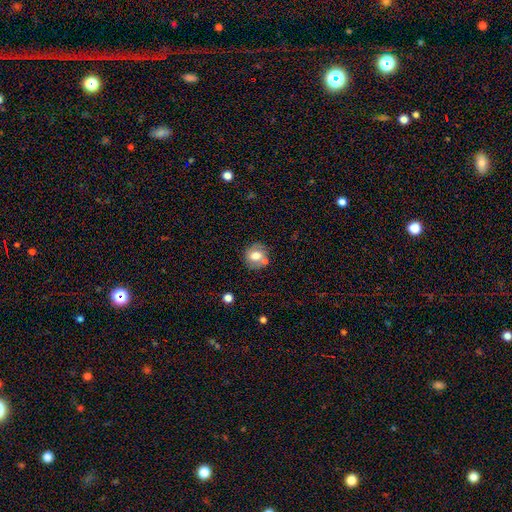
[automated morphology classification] Smooth or featured: smooth — 61% (featured or disk — 29%)
How rounded: round — 76% (in between — 23%)
Merging: none — 64% (minor disturbance — 17%)